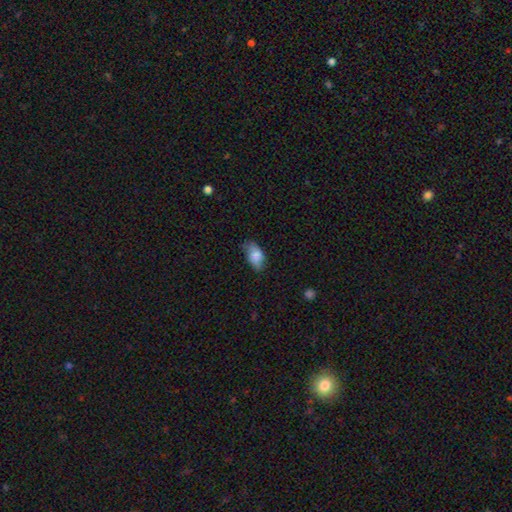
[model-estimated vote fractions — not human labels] Q: Smooth or featured?
A: smooth (77%); runner-up: featured or disk (15%)
Q: How rounded?
A: in between (92%); runner-up: round (5%)
Q: Merging?
A: none (59%); runner-up: minor disturbance (31%)